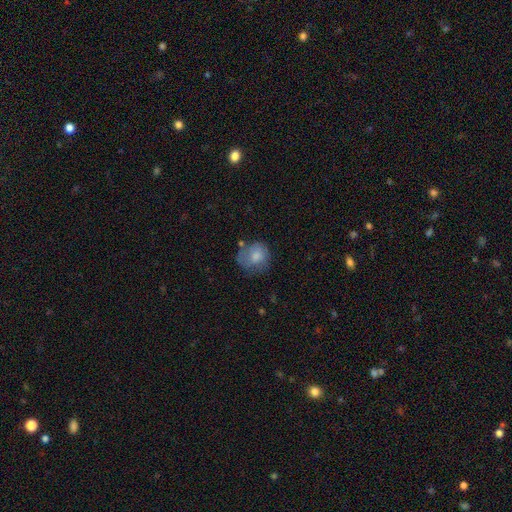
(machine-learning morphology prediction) Smooth or featured: smooth — 72% (featured or disk — 20%)
How rounded: round — 74% (in between — 25%)
Merging: none — 50% (minor disturbance — 28%)